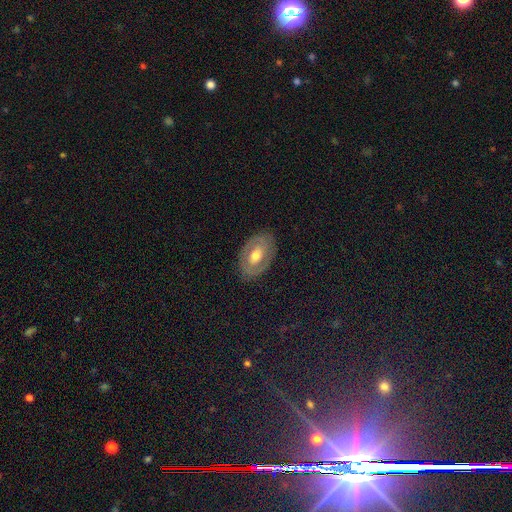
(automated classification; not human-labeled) Q: Smooth or featured?
A: featured or disk (55%); runner-up: smooth (39%)
Q: Edge-on disk?
A: no (92%); runner-up: yes (8%)
Q: Bar?
A: no (59%); runner-up: weak (30%)
Q: Spiral arms?
A: no (66%); runner-up: yes (34%)
Q: Bulge size?
A: moderate (71%); runner-up: large (14%)
Q: Merging?
A: none (83%); runner-up: minor disturbance (12%)